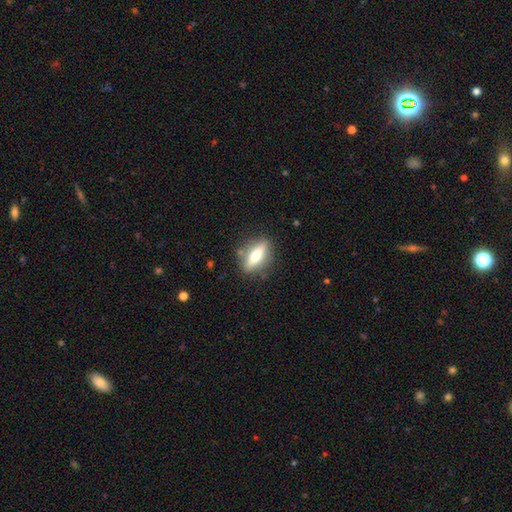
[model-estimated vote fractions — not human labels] The model was most divided on "smooth or featured": smooth: 50%, featured or disk: 43%, star or artifact: 7%. More confident: merging — none (84%).